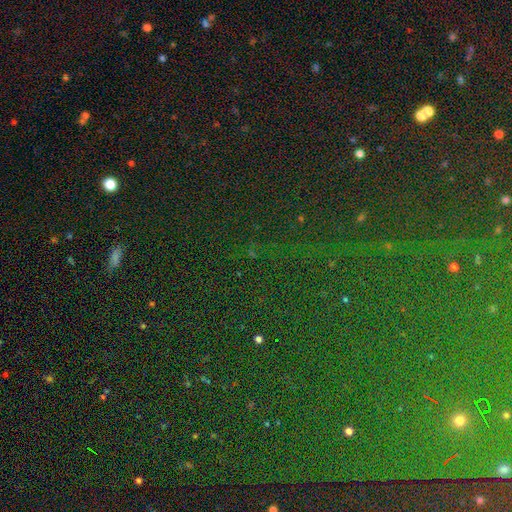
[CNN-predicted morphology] A star or artifact, not a galaxy (84%).